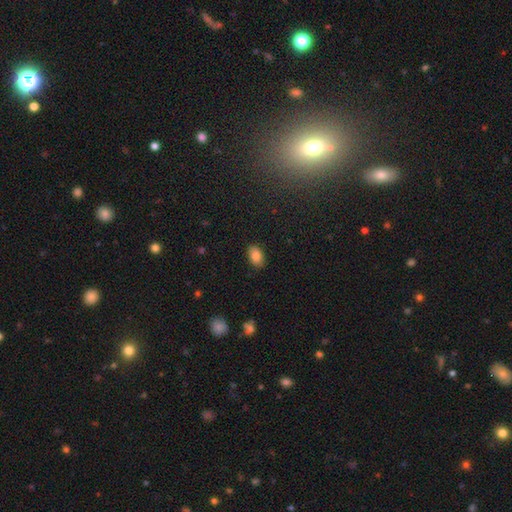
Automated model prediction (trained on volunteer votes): Smooth or featured?
  - smooth: 84% *
  - star or artifact: 8%
  - featured or disk: 7%
How rounded?
  - in between: 91% *
  - round: 7%
  - cigar-shaped: 2%
Merging?
  - none: 87% *
  - minor disturbance: 9%
  - major disturbance: 2%
  - merger: 1%